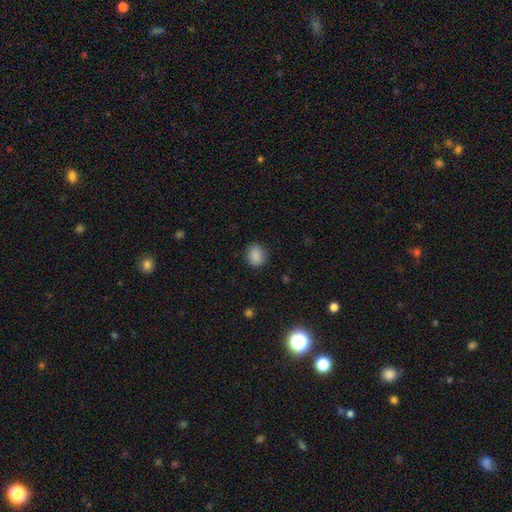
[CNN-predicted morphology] Q: Smooth or featured?
A: smooth (88%); runner-up: star or artifact (9%)
Q: How rounded?
A: round (63%); runner-up: in between (36%)
Q: Merging?
A: none (85%); runner-up: minor disturbance (11%)